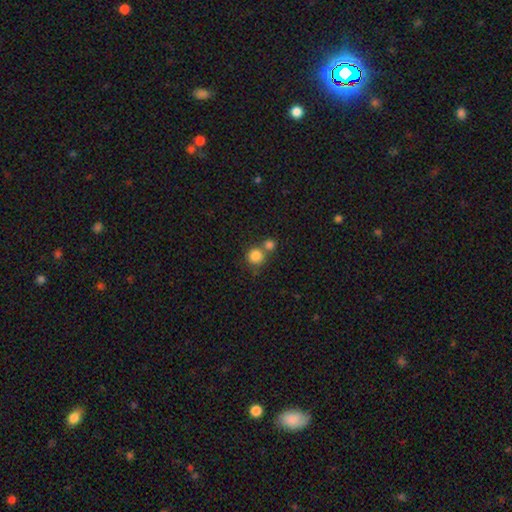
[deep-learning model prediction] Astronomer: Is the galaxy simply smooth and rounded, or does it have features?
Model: smooth — 83%.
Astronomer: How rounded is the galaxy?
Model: round — 92%.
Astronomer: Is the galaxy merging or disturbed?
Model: none — 53% (runner-up: merger, 36%).